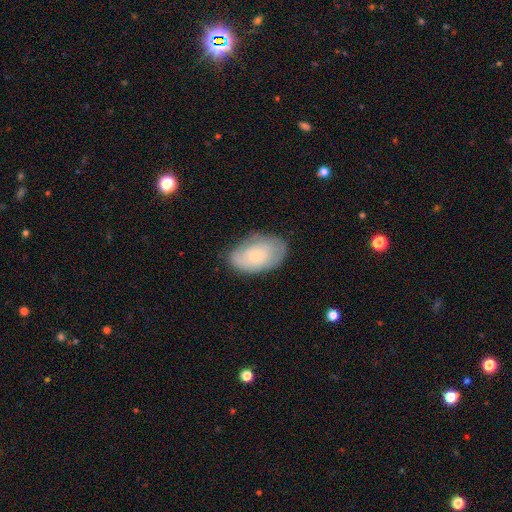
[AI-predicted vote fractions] This is possibly a smooth galaxy (54%). How rounded: clearly in between (91%). Merging: likely none (71%).